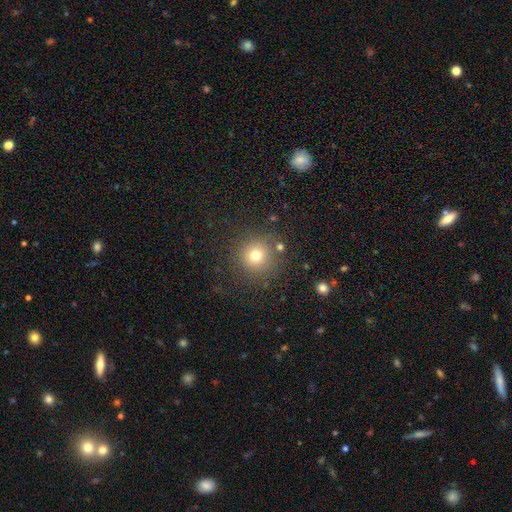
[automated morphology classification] Smooth or featured? Predicted: smooth (p=0.73). How rounded? Predicted: round (p=0.95). Merging? Predicted: none (p=0.83).